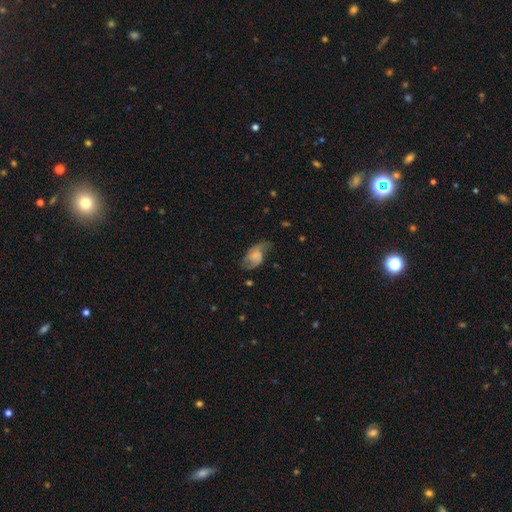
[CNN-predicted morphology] The model was most divided on "bulge size": small: 47%, moderate: 26%, none: 19%, large: 6%, dominant: 2%. More confident: edge-on disk — no (96%); spiral arms — yes (87%); bar — no (61%); smooth or featured — featured or disk (59%); merging — none (51%).